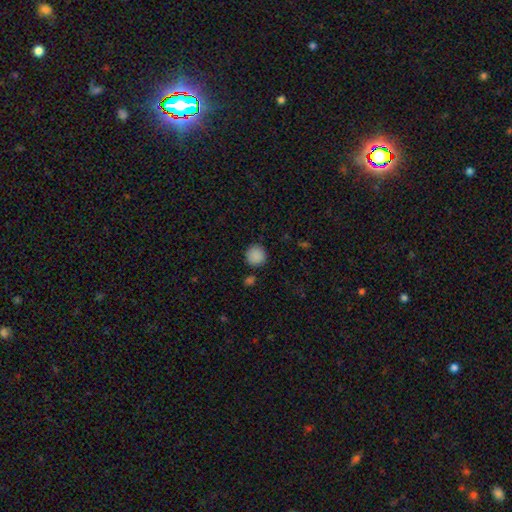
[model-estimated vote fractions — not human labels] Q: Smooth or featured?
A: smooth (88%); runner-up: star or artifact (9%)
Q: How rounded?
A: round (94%); runner-up: in between (5%)
Q: Merging?
A: none (85%); runner-up: minor disturbance (8%)